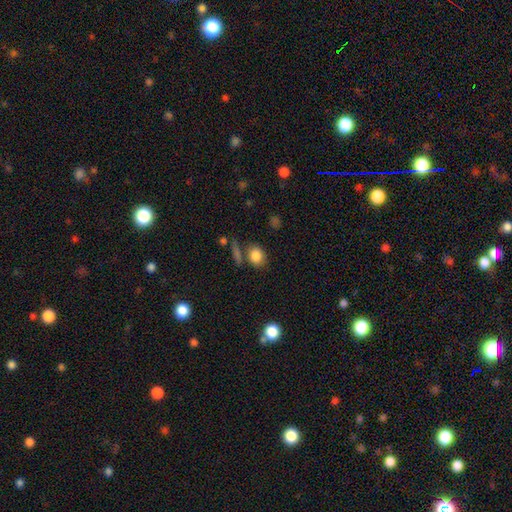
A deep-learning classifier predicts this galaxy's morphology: This appears to be a smooth galaxy with no disk features (84%) that is in between round and cigar-shaped (51%). Merging: none (70%).